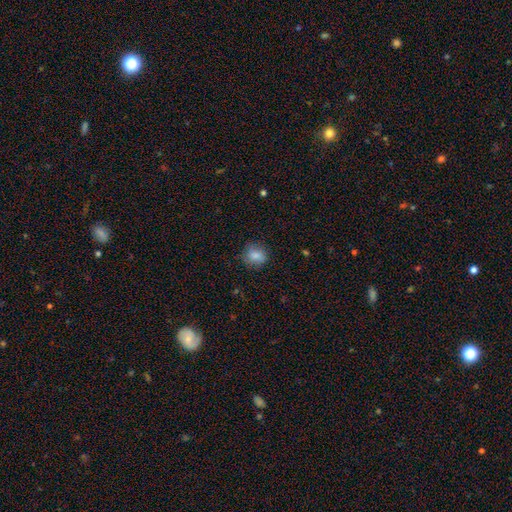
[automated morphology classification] This is clearly a smooth galaxy (83%). How rounded: likely round (77%). Merging: likely none (79%).